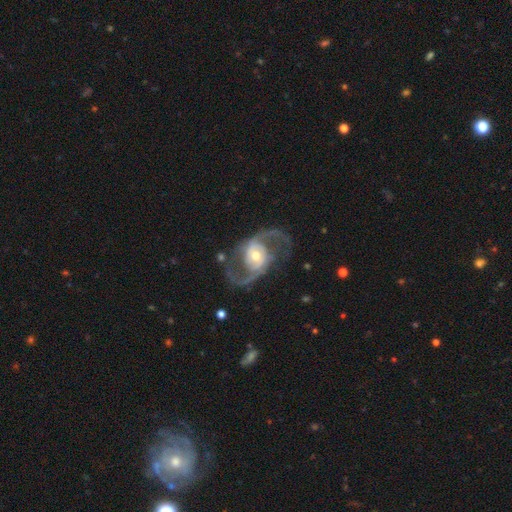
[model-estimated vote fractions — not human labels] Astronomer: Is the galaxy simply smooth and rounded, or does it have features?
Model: featured or disk — 89%.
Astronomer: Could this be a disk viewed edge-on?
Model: no — 97%.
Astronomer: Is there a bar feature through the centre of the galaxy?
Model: no — 54% (runner-up: weak, 30%).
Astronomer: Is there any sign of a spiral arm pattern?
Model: yes — 94%.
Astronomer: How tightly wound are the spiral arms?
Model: medium — 46% (runner-up: loose, 45%).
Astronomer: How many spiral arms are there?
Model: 2 — 93%.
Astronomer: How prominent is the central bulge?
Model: moderate — 64%.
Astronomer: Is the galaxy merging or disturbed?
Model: none — 72%.